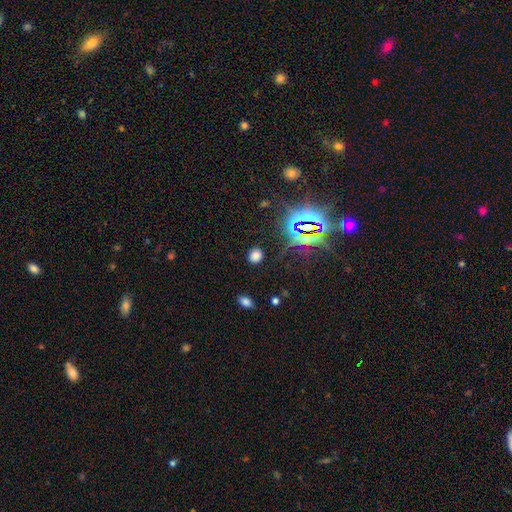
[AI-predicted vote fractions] Q: Smooth or featured?
A: smooth (65%); runner-up: star or artifact (29%)
Q: How rounded?
A: round (65%); runner-up: in between (33%)
Q: Merging?
A: none (85%); runner-up: minor disturbance (9%)